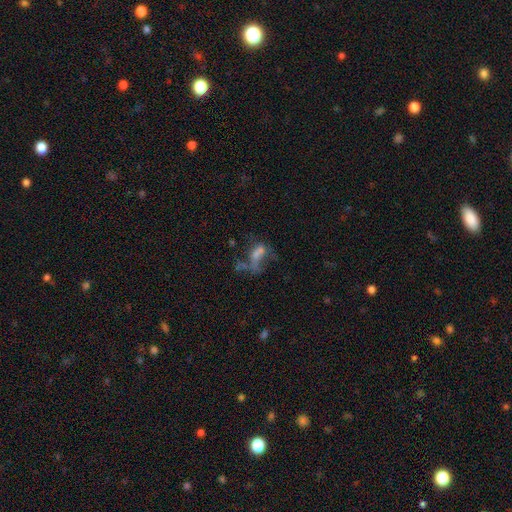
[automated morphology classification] Overall: featured or disk (43%; smooth 31%). Merging: major disturbance (41%; none 28%).